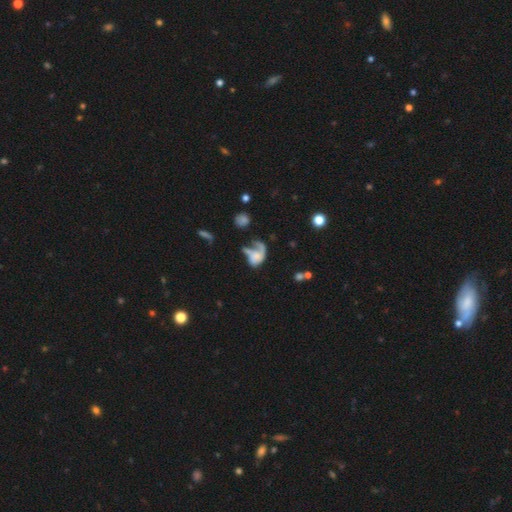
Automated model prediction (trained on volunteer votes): featured or disk 54%, smooth 36%, star or artifact 10%. Down the decision tree: edge-on disk — no (97%); bar — no (78%); spiral arms — yes (64%); bulge size — none (45%); merging — major disturbance (48%).